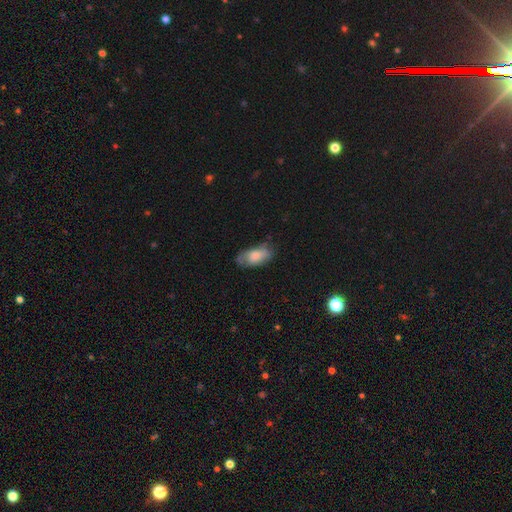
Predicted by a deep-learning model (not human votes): smooth 72%, featured or disk 22%, star or artifact 7%. Down the decision tree: how rounded — in between (91%); merging — none (60%).